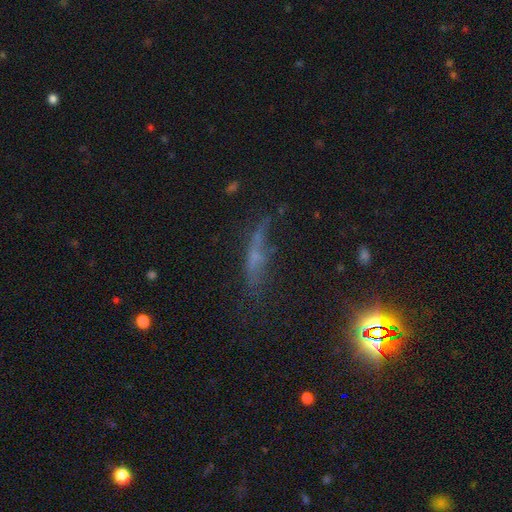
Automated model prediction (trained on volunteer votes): The model was most divided on "smooth or featured": featured or disk: 36%, smooth: 35%, star or artifact: 29%. More confident: merging — none (51%).